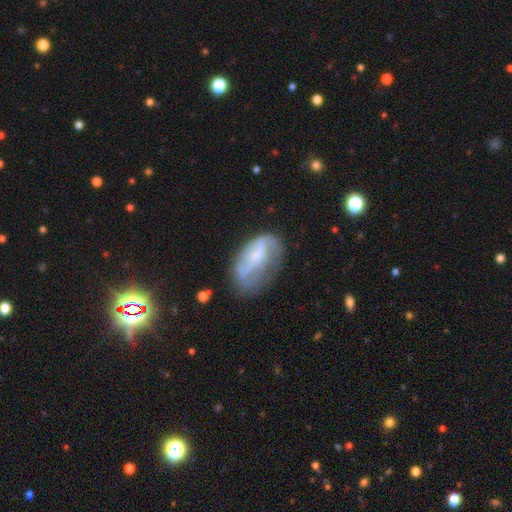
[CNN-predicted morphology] smooth_or_featured: featured or disk (p=0.54) [alt: smooth p=0.38]
disk_edge_on: no (p=0.94) [alt: yes p=0.06]
bar: no (p=0.52) [alt: weak p=0.34]
has_spiral_arms: yes (p=0.57) [alt: no p=0.43]
bulge_size: small (p=0.50) [alt: moderate p=0.27]
merging: none (p=0.41) [alt: minor disturbance p=0.29]